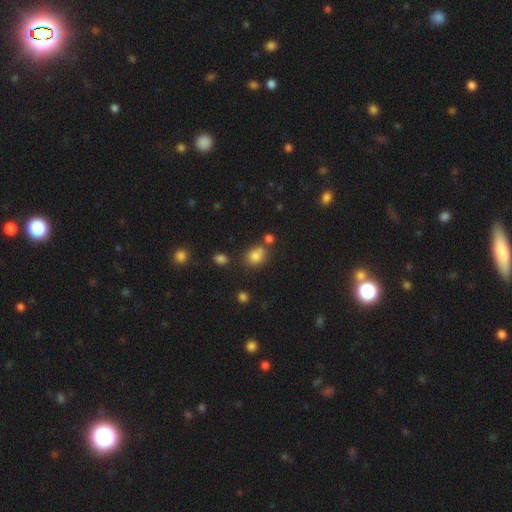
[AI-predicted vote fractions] Smooth or featured: smooth — 80% (star or artifact — 13%)
How rounded: round — 55% (in between — 44%)
Merging: none — 60% (merger — 20%)